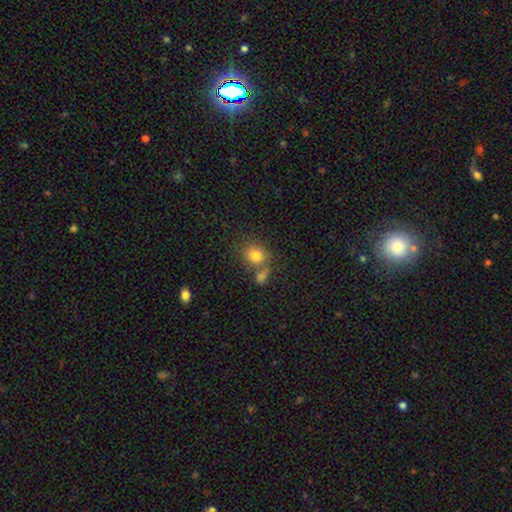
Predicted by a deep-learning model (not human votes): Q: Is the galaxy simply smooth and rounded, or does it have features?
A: smooth — 79%.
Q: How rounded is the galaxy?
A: round — 68%.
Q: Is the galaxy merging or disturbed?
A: none — 53%.